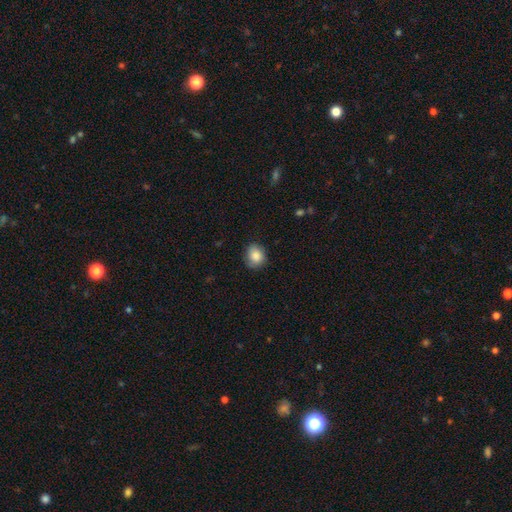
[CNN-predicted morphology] This is clearly a smooth galaxy (85%). How rounded: likely round (67%). Merging: clearly none (81%).